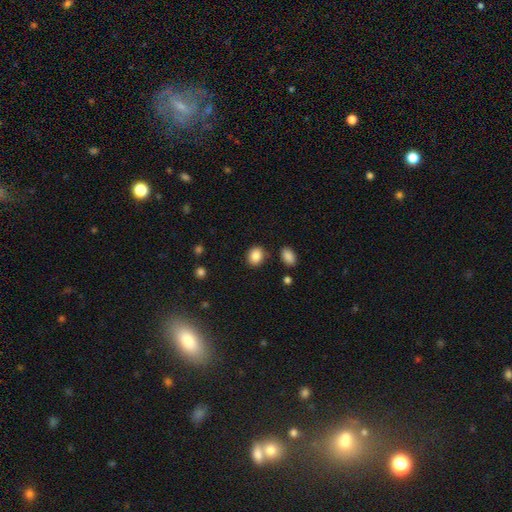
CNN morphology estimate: Q: Smooth or featured?
A: smooth (87%); runner-up: star or artifact (9%)
Q: How rounded?
A: round (54%); runner-up: in between (45%)
Q: Merging?
A: none (83%); runner-up: minor disturbance (10%)